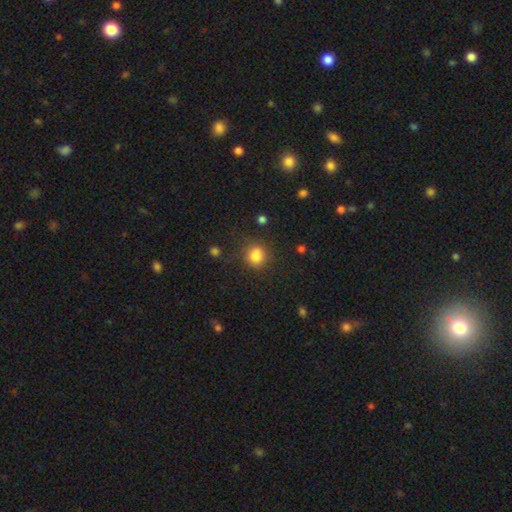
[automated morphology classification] Smooth or featured: smooth — 83% (star or artifact — 12%)
How rounded: round — 78% (in between — 21%)
Merging: none — 78% (minor disturbance — 14%)